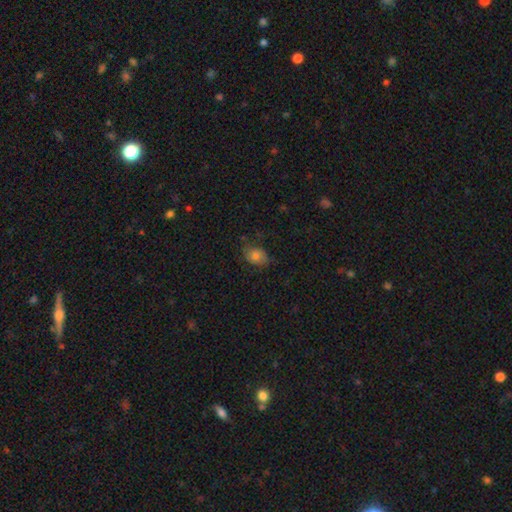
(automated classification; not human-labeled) Morphology: type=smooth (76%); roundness=in between (65%); merging=none (66%).